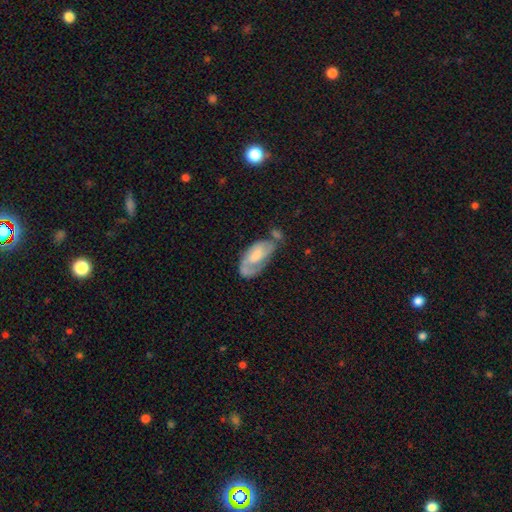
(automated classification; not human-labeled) The model was most divided on "bulge size": moderate: 30%, large: 26%, none: 22%, small: 18%, dominant: 3%. Remaining: edge-on disk — no (93%); spiral arms — yes (77%); bar — no (61%); smooth or featured — featured or disk (55%); merging — none (37%).